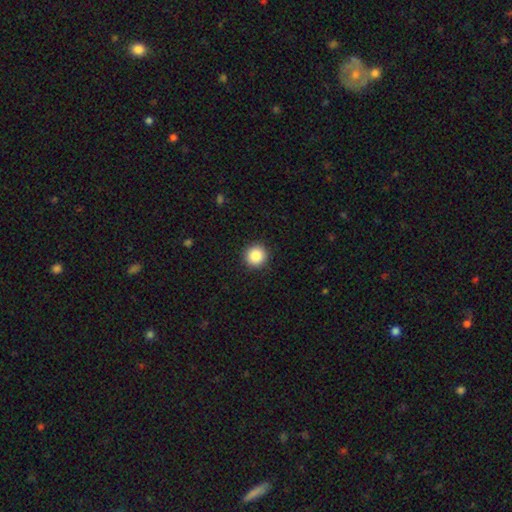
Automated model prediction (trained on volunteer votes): The model was most divided on "smooth or featured": smooth: 87%, star or artifact: 9%, featured or disk: 4%. More confident: how rounded — round (95%); merging — none (92%).